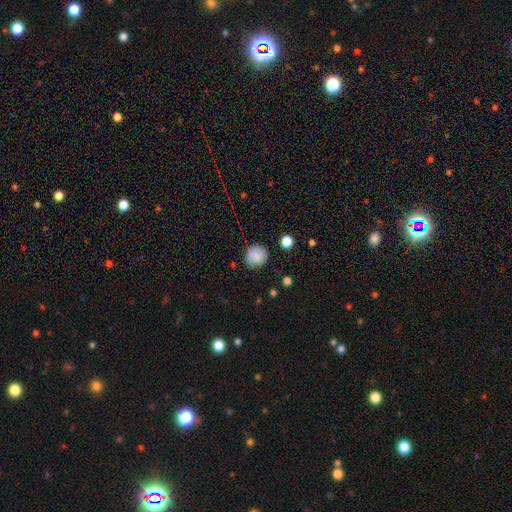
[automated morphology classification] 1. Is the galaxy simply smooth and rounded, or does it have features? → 81% smooth, 10% star or artifact, 10% featured or disk.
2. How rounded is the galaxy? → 84% round, 15% in between, 1% cigar-shaped.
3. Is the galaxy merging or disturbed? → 79% none, 15% minor disturbance, 4% major disturbance, 2% merger.